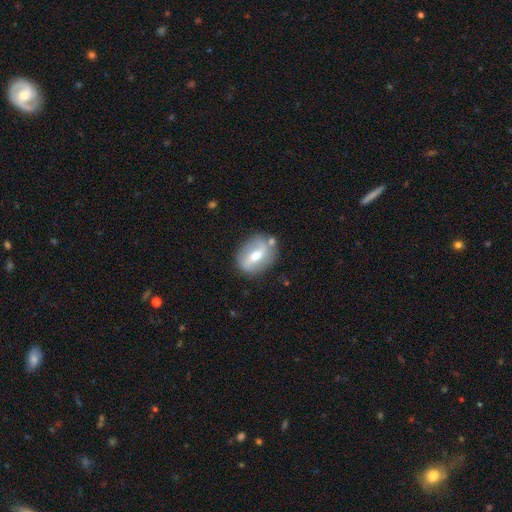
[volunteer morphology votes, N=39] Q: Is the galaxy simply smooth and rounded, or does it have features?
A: smooth — 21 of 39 (54%).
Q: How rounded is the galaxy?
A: in between — 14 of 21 (67%).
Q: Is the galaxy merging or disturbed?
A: none — 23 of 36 (64%).